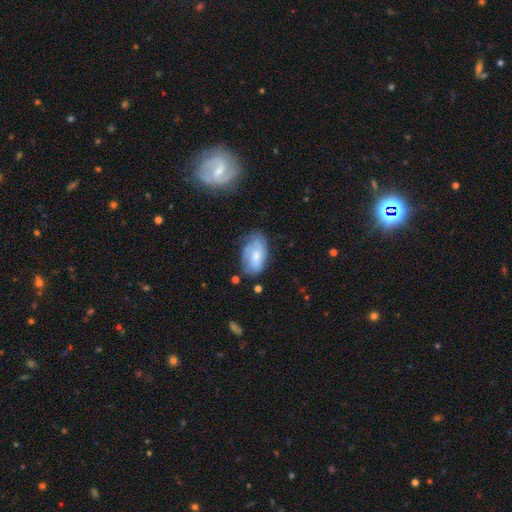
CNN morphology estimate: type=smooth (60%); roundness=in between (92%); merging=none (55%).